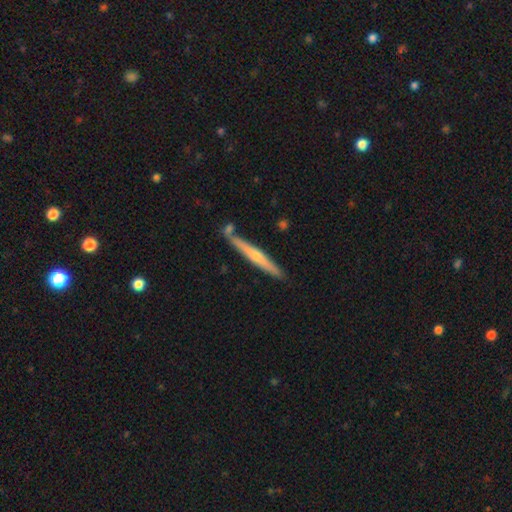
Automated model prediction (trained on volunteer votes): A featured or disk galaxy (52%) viewed edge-on (95%). Merging: none (77%).